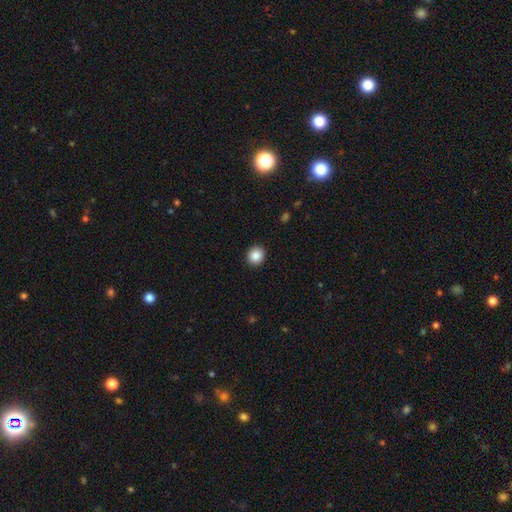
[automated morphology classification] A smooth galaxy with no disk features (87%) that is round (87%).

Vote fractions:
- Smooth or featured? smooth: 87% / star or artifact: 9% / featured or disk: 4%
- How rounded? round: 87% / in between: 12% / cigar-shaped: 1%
- Merging? none: 92% / minor disturbance: 5% / major disturbance: 2% / merger: 1%